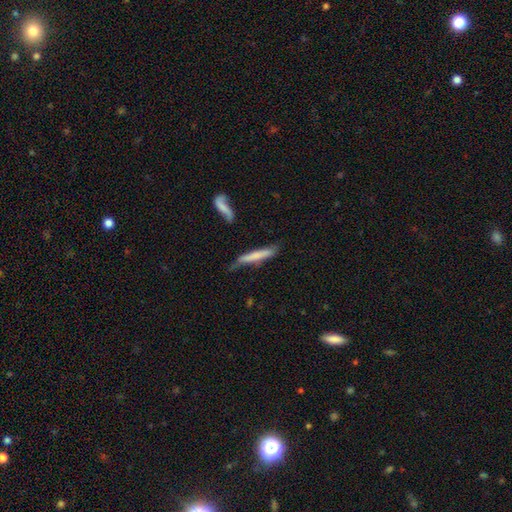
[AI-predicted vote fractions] The model was most divided on "merging": none: 53%, minor disturbance: 29%, major disturbance: 11%, merger: 7%. More confident: how rounded — cigar-shaped (92%); smooth or featured — smooth (61%).